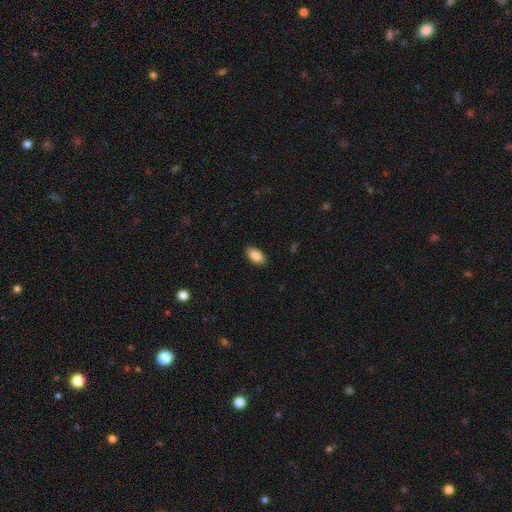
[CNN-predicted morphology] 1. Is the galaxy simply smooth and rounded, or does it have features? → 86% smooth, 7% featured or disk, 7% star or artifact.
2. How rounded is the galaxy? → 93% in between, 4% round, 3% cigar-shaped.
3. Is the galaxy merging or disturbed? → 88% none, 9% minor disturbance, 2% major disturbance, 1% merger.